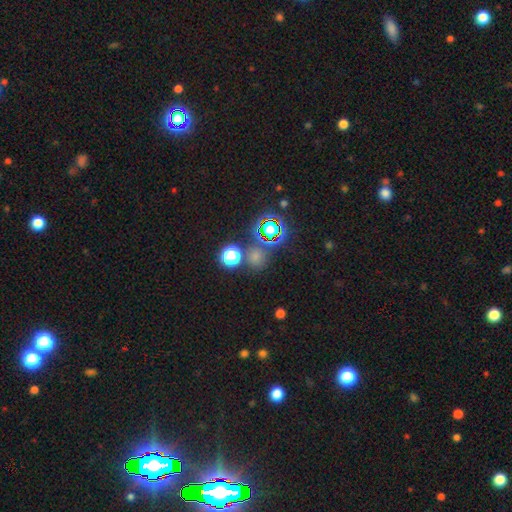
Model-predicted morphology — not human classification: This is possibly a smooth galaxy (56%). How rounded: clearly round (84%). Merging: likely none (72%).